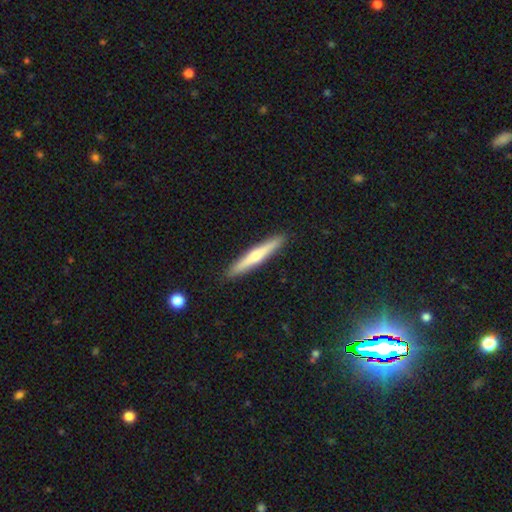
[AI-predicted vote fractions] smooth_or_featured: featured or disk (p=0.49) [alt: smooth p=0.46]
merging: none (p=0.92) [alt: minor disturbance p=0.06]